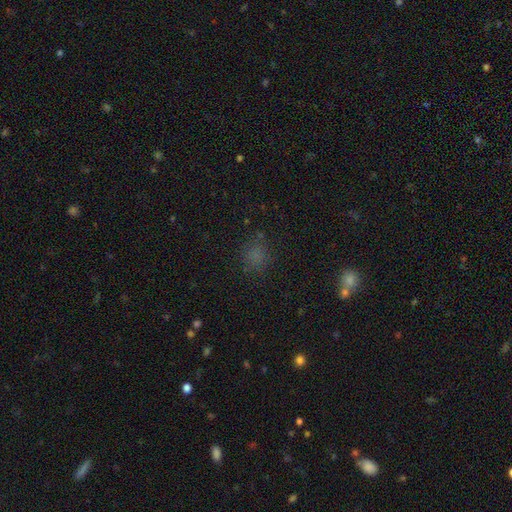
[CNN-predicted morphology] Smooth or featured: smooth — 70% (star or artifact — 23%)
How rounded: round — 75% (in between — 23%)
Merging: none — 78% (minor disturbance — 13%)